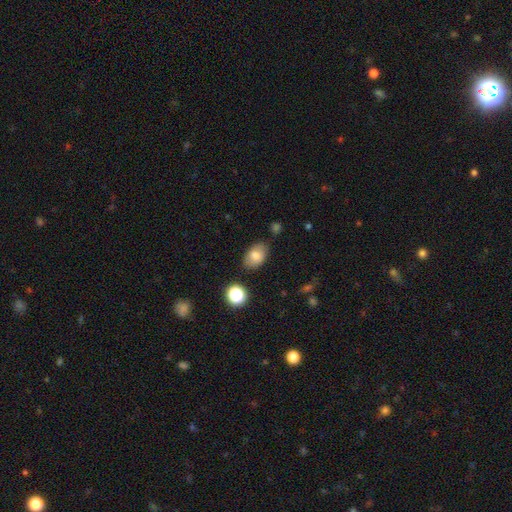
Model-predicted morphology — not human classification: smooth 79%, featured or disk 12%, star or artifact 9%. Down the decision tree: how rounded — in between (87%); merging — none (78%).